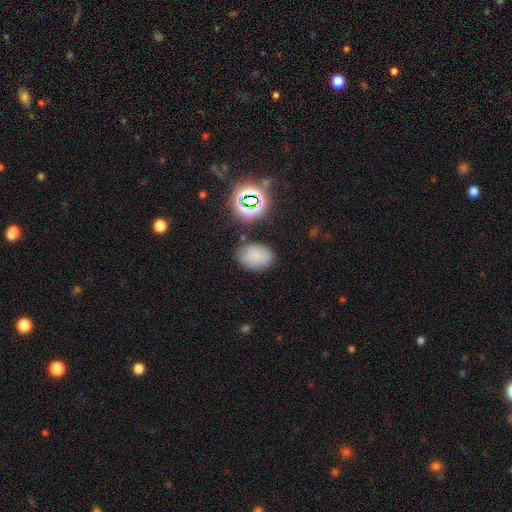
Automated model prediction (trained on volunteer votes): The model was most divided on "how rounded": in between: 76%, round: 23%, cigar-shaped: 1%. More confident: merging — none (77%); smooth or featured — smooth (74%).